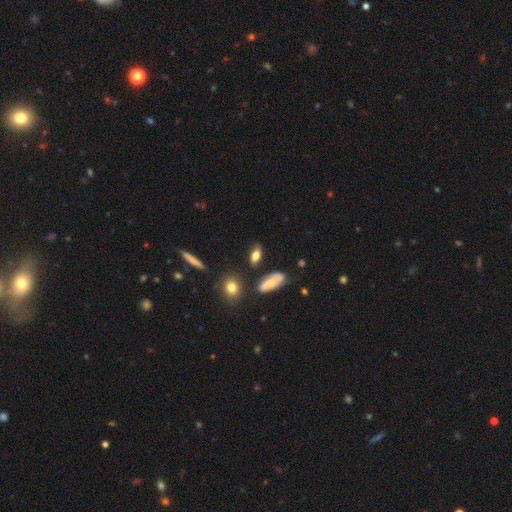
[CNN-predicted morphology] Overall: smooth (72%). How rounded: in between (75%). Merging: none (73%).